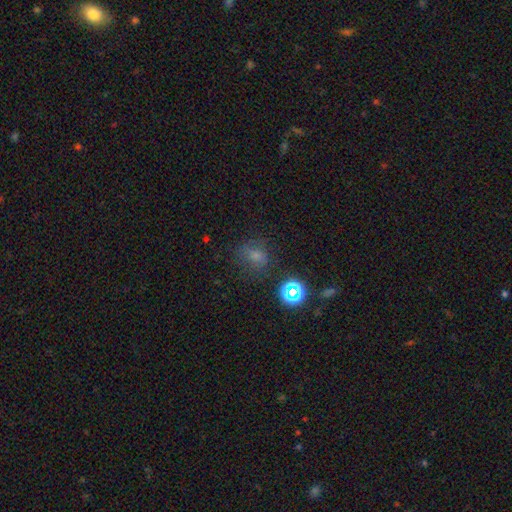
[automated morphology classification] The model was most divided on "how rounded": round: 62%, in between: 37%, cigar-shaped: 2%. More confident: merging — none (67%); smooth or featured — smooth (62%).